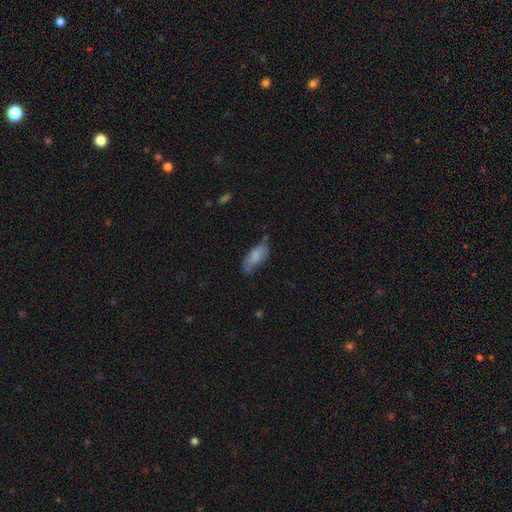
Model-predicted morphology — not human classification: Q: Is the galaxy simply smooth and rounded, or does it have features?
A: smooth — 76%.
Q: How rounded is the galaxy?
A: in between — 79%.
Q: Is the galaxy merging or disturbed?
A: none — 56%.